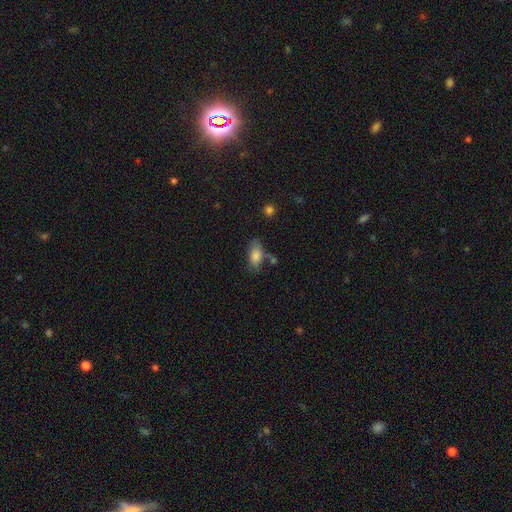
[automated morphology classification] Overall: smooth (81%). How rounded: in between (88%). Merging: none (58%; minor disturbance 23%).